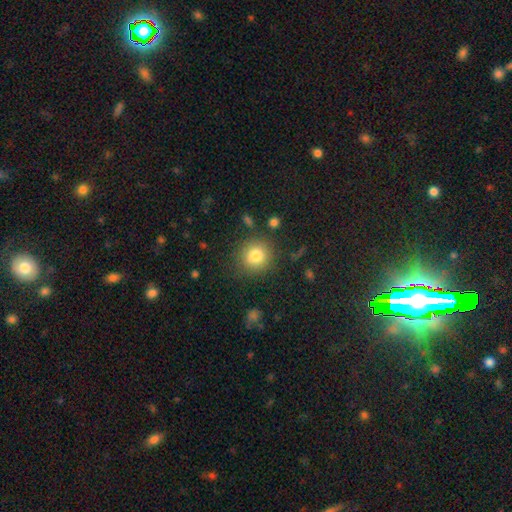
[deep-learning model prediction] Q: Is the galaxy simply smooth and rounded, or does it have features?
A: smooth — 81%.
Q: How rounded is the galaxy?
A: round — 89%.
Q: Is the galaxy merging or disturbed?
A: none — 83%.